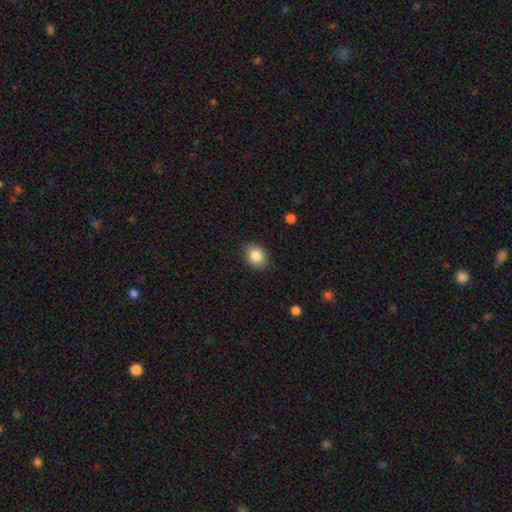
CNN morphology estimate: smooth_or_featured: smooth (p=0.86) [alt: star or artifact p=0.08]
how_rounded: in between (p=0.65) [alt: round p=0.34]
merging: none (p=0.86) [alt: minor disturbance p=0.10]